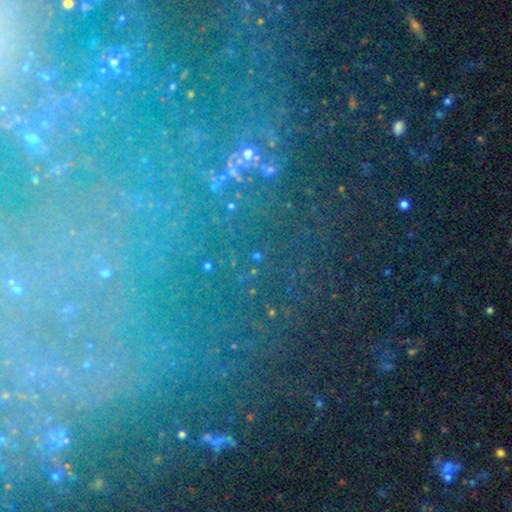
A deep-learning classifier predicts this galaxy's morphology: A star or artifact, not a galaxy (69%).

Vote fractions:
- Smooth or featured? star or artifact: 69% / featured or disk: 16% / smooth: 15%